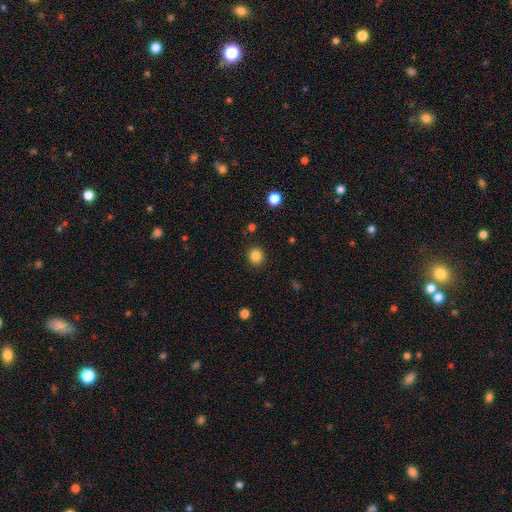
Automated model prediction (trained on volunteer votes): Morphology: type=smooth (85%); roundness=round (89%); merging=none (91%).